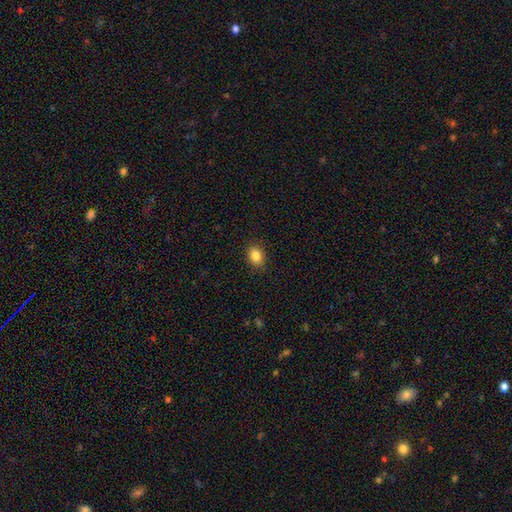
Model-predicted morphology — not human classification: This is clearly a smooth galaxy (86%). How rounded: likely in between (66%). Merging: clearly none (88%).